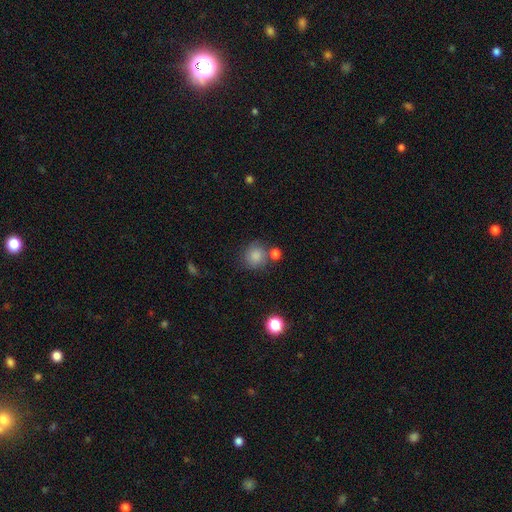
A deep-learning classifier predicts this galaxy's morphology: smooth 82%, star or artifact 10%, featured or disk 8%. Down the decision tree: how rounded — round (86%); merging — none (68%).